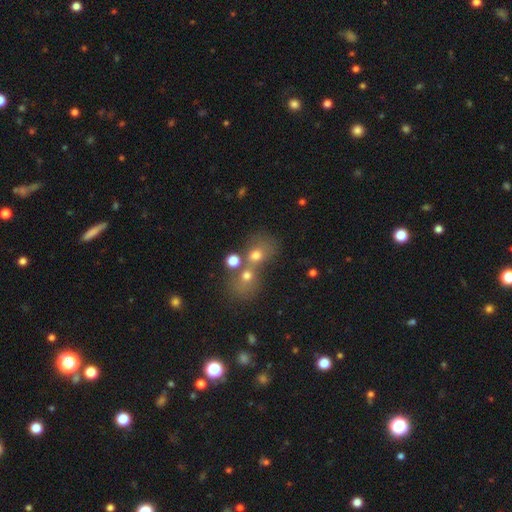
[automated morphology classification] Smooth or featured? smooth (61%)
How rounded? round (65%)
Merging? merger (62%)